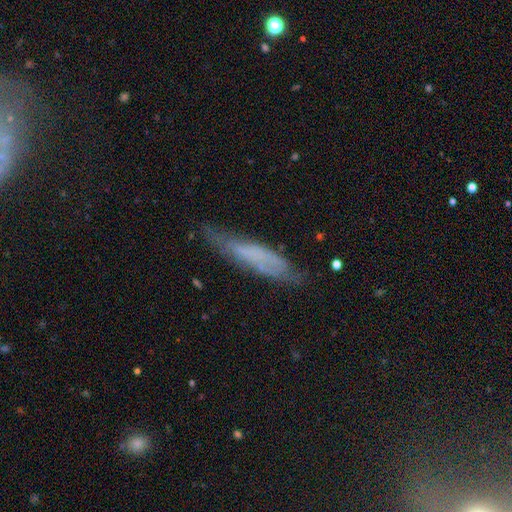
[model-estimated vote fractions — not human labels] The model was most divided on "smooth or featured": smooth: 48%, featured or disk: 43%, star or artifact: 9%. More confident: merging — none (58%).